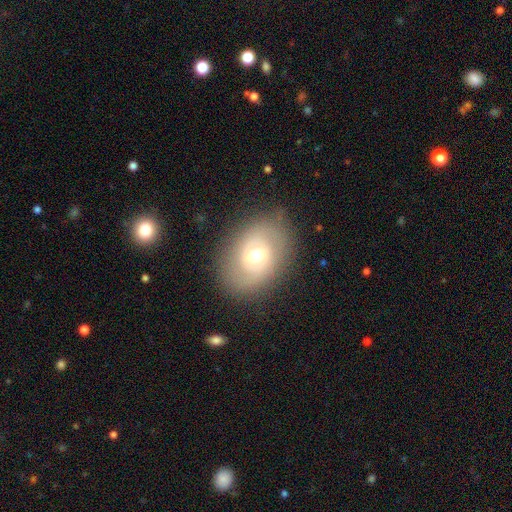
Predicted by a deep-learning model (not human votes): featured or disk 56%, smooth 36%, star or artifact 8%. Down the decision tree: edge-on disk — no (95%); bar — no (53%); spiral arms — yes (71%); bulge size — moderate (64%); merging — none (80%).